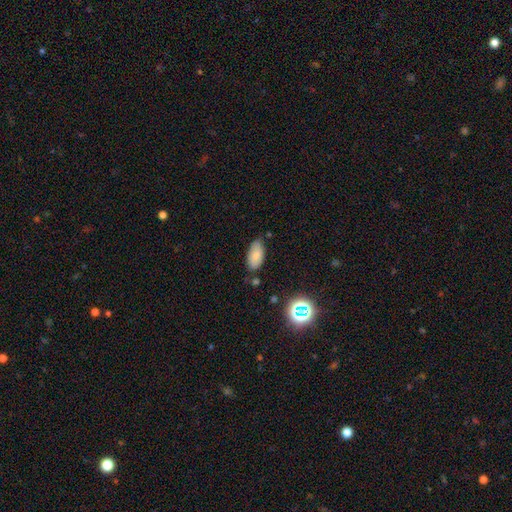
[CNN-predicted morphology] Smooth or featured: smooth — 80% (featured or disk — 11%)
How rounded: in between — 92% (cigar-shaped — 5%)
Merging: none — 75% (minor disturbance — 19%)